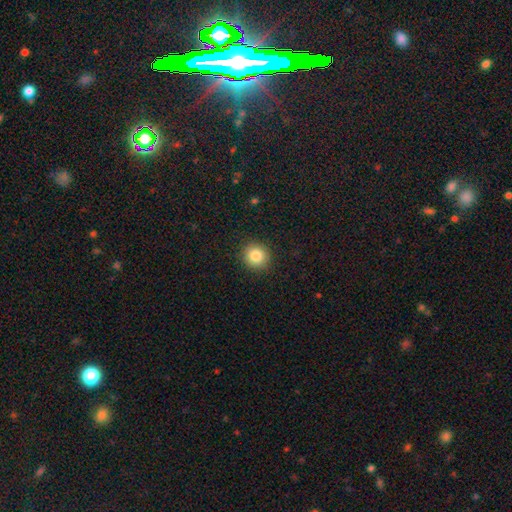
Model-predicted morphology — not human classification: smooth 85%, star or artifact 9%, featured or disk 5%. Down the decision tree: how rounded — round (88%); merging — none (91%).